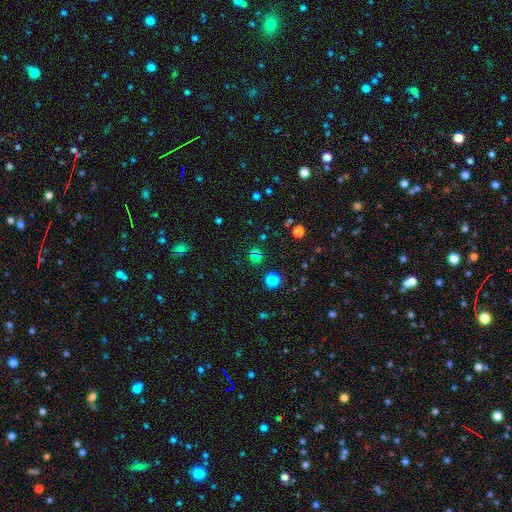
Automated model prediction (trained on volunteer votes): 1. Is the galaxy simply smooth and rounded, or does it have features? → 49% smooth, 43% star or artifact, 8% featured or disk.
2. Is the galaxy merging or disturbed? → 82% none, 9% minor disturbance, 6% merger, 4% major disturbance.